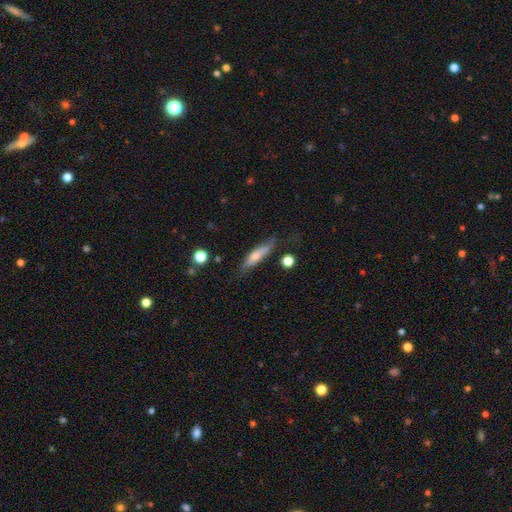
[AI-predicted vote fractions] Q: Smooth or featured?
A: smooth (49%); runner-up: featured or disk (44%)
Q: Merging?
A: none (70%); runner-up: minor disturbance (21%)